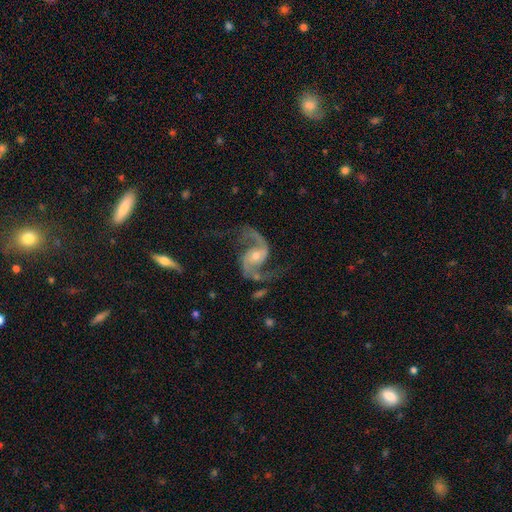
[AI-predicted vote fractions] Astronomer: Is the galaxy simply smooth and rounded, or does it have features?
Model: featured or disk — 93%.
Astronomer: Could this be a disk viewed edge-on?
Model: no — 98%.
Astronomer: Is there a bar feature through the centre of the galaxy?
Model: no — 57%.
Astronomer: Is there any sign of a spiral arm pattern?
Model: yes — 98%.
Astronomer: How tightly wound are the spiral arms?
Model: loose — 52% (runner-up: medium, 40%).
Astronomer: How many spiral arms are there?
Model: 2 — 94%.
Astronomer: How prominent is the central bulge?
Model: small — 48% (runner-up: moderate, 47%).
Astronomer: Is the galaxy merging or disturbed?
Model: none — 73%.